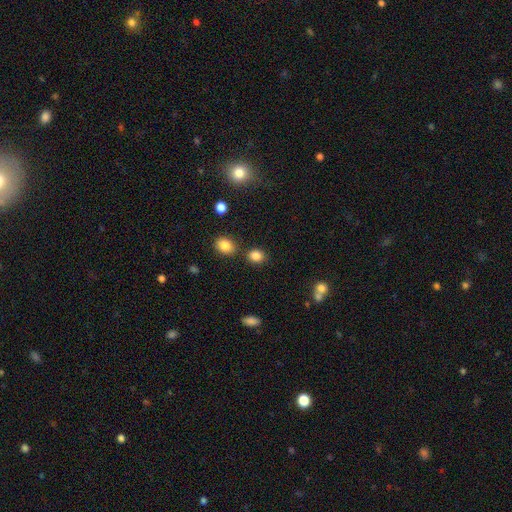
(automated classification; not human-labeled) Morphology: type=smooth (85%); roundness=round (63%); merging=none (77%).